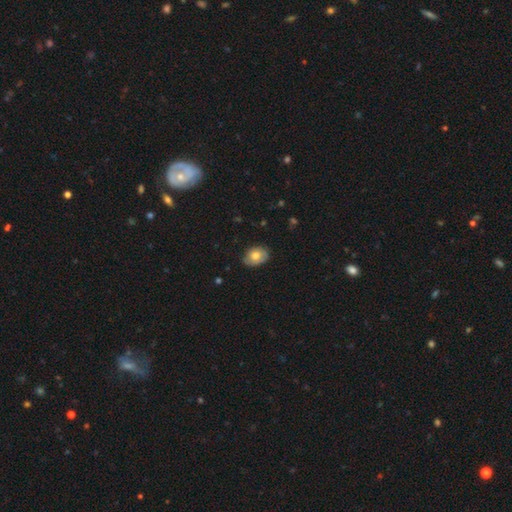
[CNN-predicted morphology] A smooth galaxy with no disk features (71%) that is in between round and cigar-shaped (72%).

Vote fractions:
- Smooth or featured? smooth: 71% / featured or disk: 22% / star or artifact: 7%
- How rounded? in between: 72% / round: 27% / cigar-shaped: 1%
- Merging? none: 76% / minor disturbance: 19% / major disturbance: 3% / merger: 1%